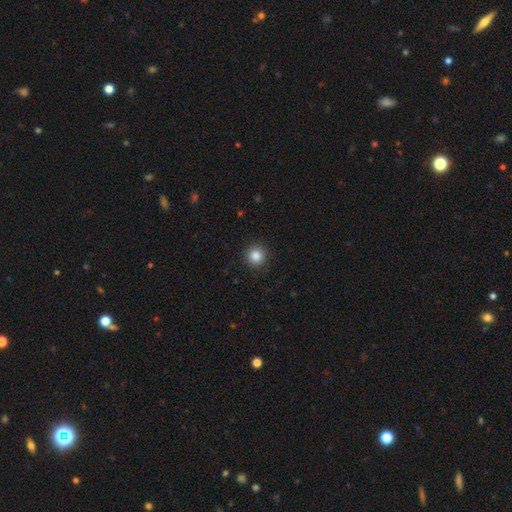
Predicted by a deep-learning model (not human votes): Q: Smooth or featured?
A: smooth (86%); runner-up: star or artifact (11%)
Q: How rounded?
A: round (95%); runner-up: in between (4%)
Q: Merging?
A: none (92%); runner-up: minor disturbance (5%)